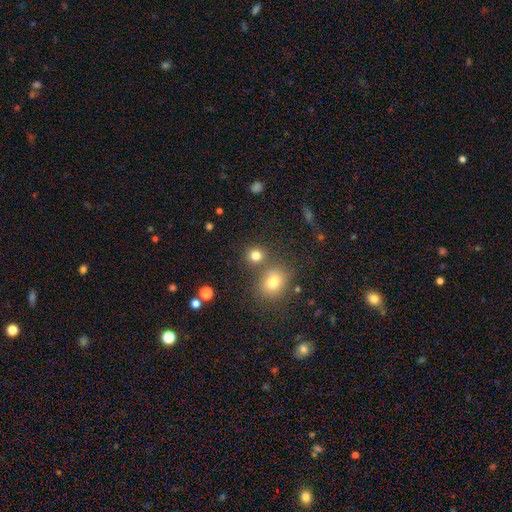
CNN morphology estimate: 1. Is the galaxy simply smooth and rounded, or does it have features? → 79% smooth, 14% star or artifact, 7% featured or disk.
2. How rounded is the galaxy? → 81% round, 18% in between, 1% cigar-shaped.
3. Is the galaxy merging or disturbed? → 70% none, 18% merger, 8% minor disturbance, 4% major disturbance.